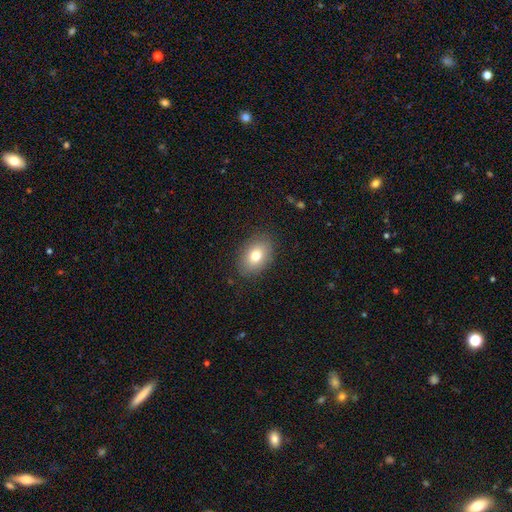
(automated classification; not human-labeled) Morphology: type=smooth (77%); roundness=in between (81%); merging=none (86%).